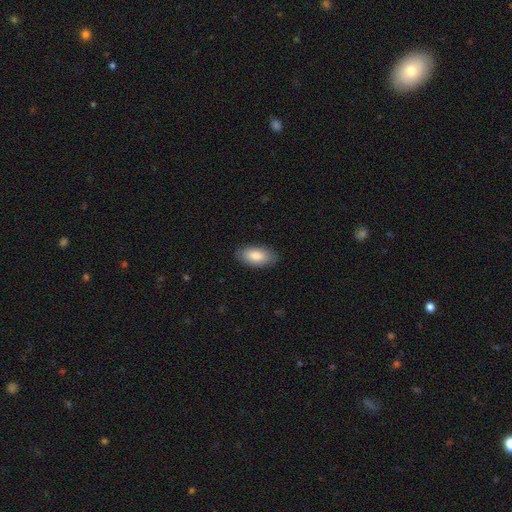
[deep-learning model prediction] smooth_or_featured: smooth (p=0.85) [alt: featured or disk p=0.09]
how_rounded: in between (p=0.92) [alt: cigar-shaped p=0.05]
merging: none (p=0.87) [alt: minor disturbance p=0.10]